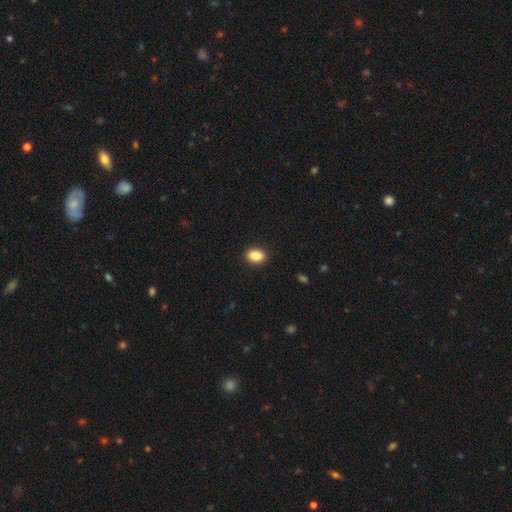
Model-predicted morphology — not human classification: The model was most divided on "how rounded": in between: 77%, round: 22%, cigar-shaped: 1%. More confident: merging — none (90%); smooth or featured — smooth (87%).